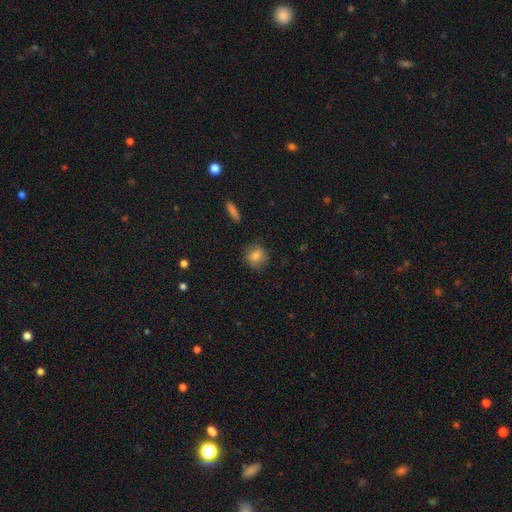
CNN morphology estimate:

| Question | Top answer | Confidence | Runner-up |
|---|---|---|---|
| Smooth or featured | smooth | 77% | featured or disk (14%) |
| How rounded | round | 86% | in between (13%) |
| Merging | none | 84% | minor disturbance (12%) |